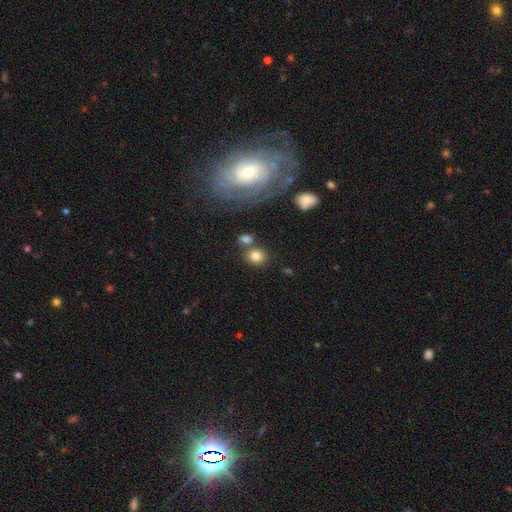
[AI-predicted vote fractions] Q: Smooth or featured?
A: smooth (81%); runner-up: star or artifact (11%)
Q: How rounded?
A: round (72%); runner-up: in between (27%)
Q: Merging?
A: none (65%); runner-up: merger (20%)